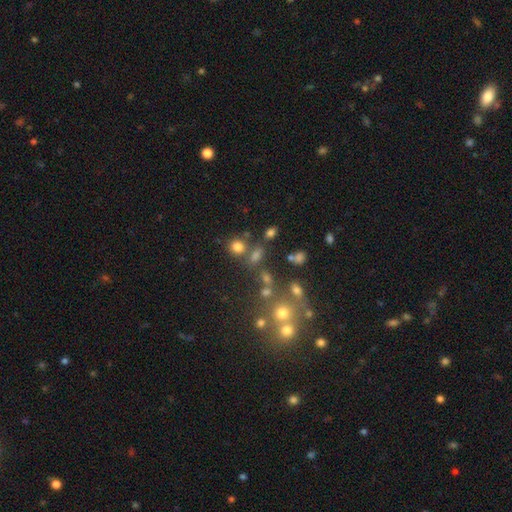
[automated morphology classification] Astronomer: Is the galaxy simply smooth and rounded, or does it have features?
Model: smooth — 64%.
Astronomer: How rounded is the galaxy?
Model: round — 63%.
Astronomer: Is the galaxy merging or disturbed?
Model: none — 66%.